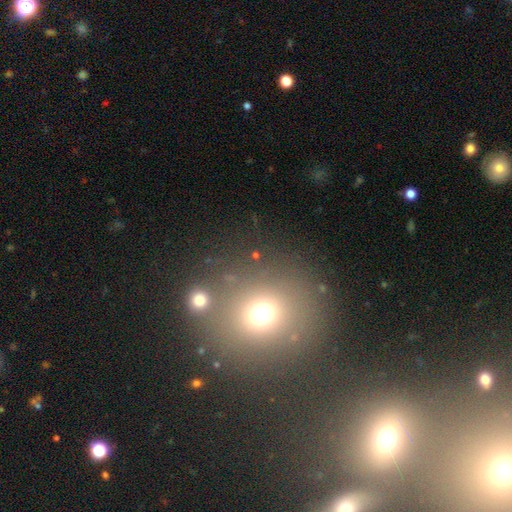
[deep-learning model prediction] Smooth or featured?
  - smooth: 61% *
  - star or artifact: 28%
  - featured or disk: 11%
How rounded?
  - round: 77% *
  - in between: 21%
  - cigar-shaped: 2%
Merging?
  - none: 71% *
  - merger: 12%
  - minor disturbance: 10%
  - major disturbance: 6%